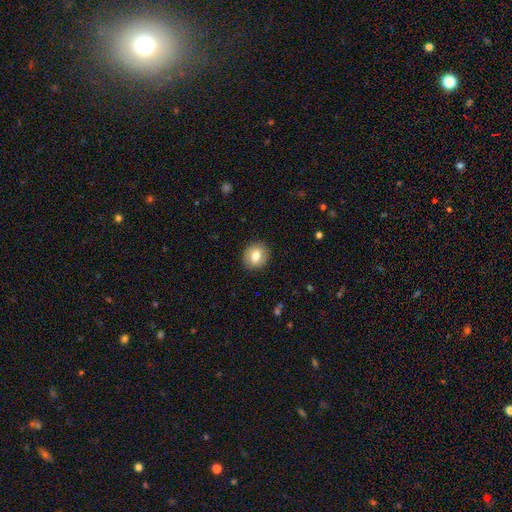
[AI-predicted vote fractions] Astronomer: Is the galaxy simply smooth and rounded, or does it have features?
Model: smooth — 78%.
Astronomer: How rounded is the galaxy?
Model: round — 79%.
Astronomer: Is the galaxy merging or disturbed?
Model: none — 90%.